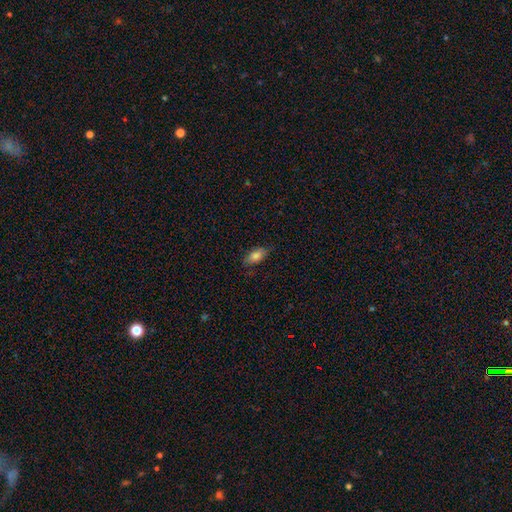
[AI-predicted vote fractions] Morphology: type=smooth (80%); roundness=in between (87%); merging=none (77%).